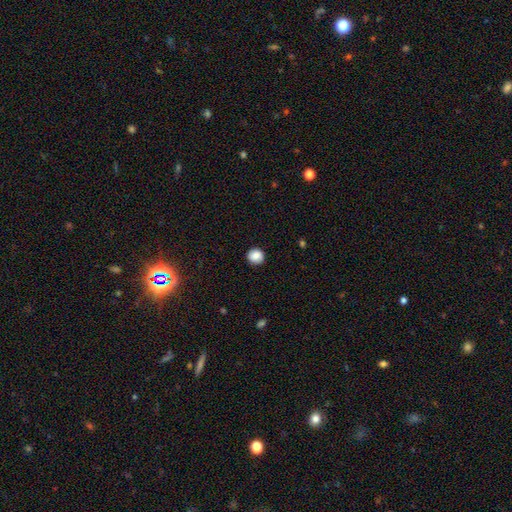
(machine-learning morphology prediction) Smooth or featured?
  - smooth: 87% *
  - star or artifact: 9%
  - featured or disk: 5%
How rounded?
  - round: 88% *
  - in between: 11%
  - cigar-shaped: 1%
Merging?
  - none: 89% *
  - minor disturbance: 8%
  - major disturbance: 2%
  - merger: 1%